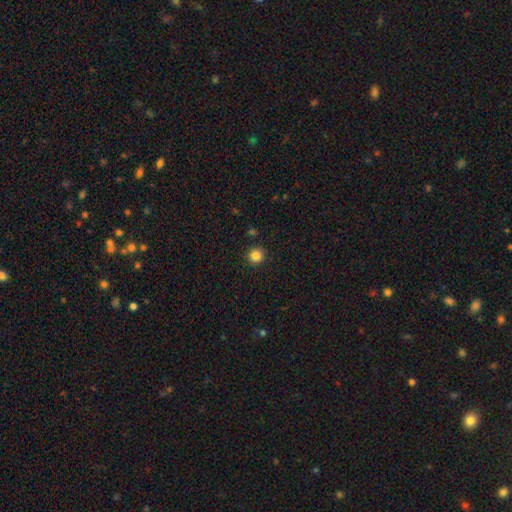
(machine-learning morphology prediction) type=smooth (84%); roundness=round (95%); merging=none (92%).